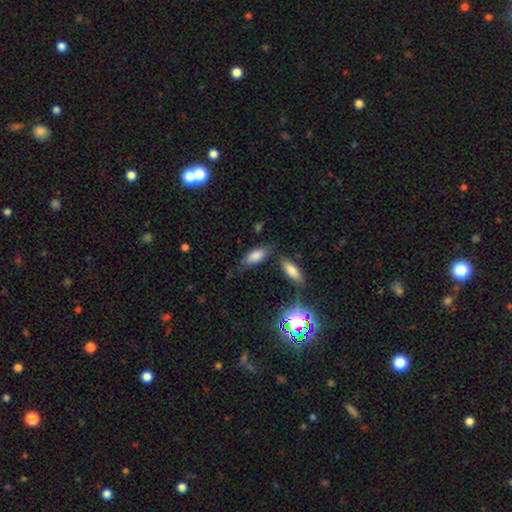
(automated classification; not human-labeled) The model was most divided on "merging": none: 64%, minor disturbance: 21%, merger: 8%, major disturbance: 6%. More confident: how rounded — in between (80%); smooth or featured — smooth (78%).